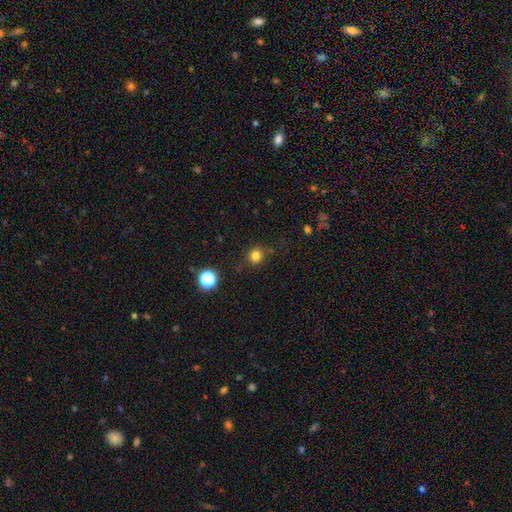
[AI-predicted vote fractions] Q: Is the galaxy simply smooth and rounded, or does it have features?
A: smooth — 79%.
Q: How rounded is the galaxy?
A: round — 87%.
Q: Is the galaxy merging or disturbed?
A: none — 81%.